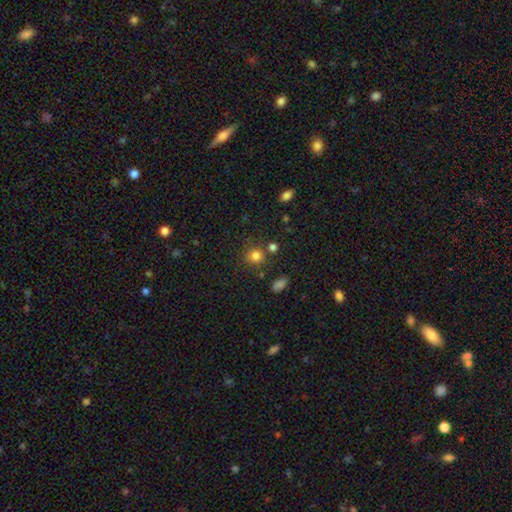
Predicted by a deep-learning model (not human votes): This appears to be a smooth galaxy with no disk features (80%) that is round (83%). Merging: none (74%).